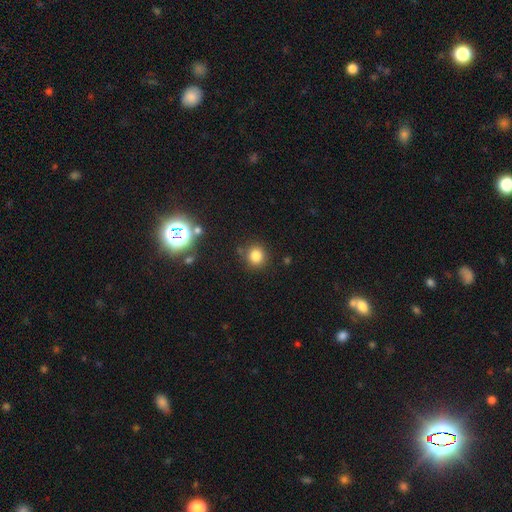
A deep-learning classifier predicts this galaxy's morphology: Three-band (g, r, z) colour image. It shows a smooth galaxy with no disk features (81%) that is round (90%). Merging: none (83%).